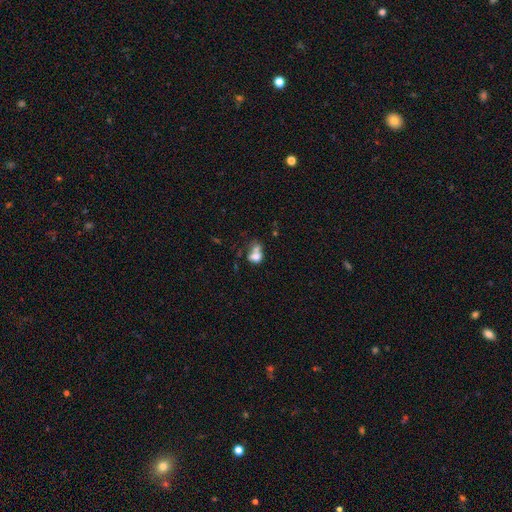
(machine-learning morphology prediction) A smooth galaxy with no disk features (69%) that is in between round and cigar-shaped (59%). Merging: merger (52%).